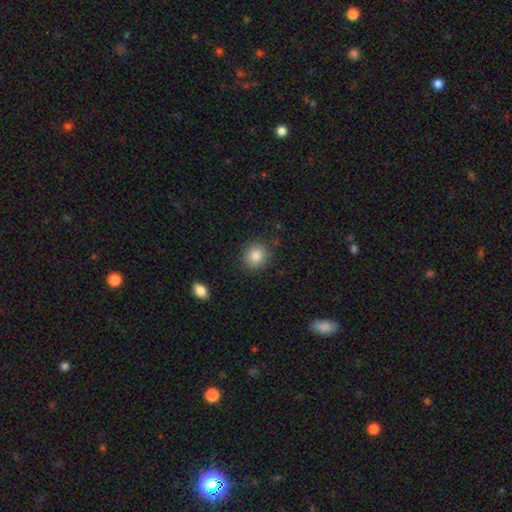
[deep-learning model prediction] Q: Smooth or featured?
A: smooth (86%); runner-up: star or artifact (9%)
Q: How rounded?
A: round (83%); runner-up: in between (16%)
Q: Merging?
A: none (86%); runner-up: minor disturbance (9%)